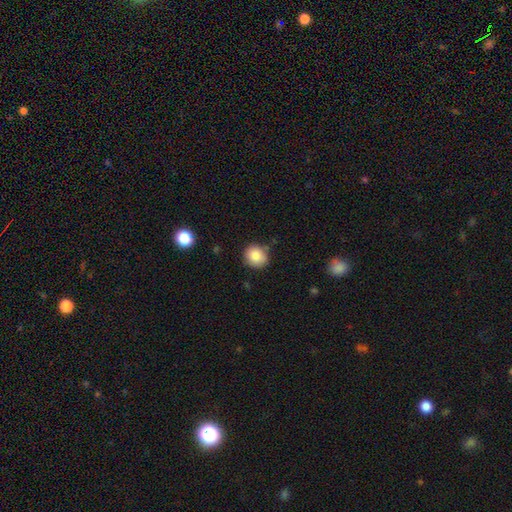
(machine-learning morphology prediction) Smooth or featured? smooth (86%)
How rounded? round (82%)
Merging? none (81%)